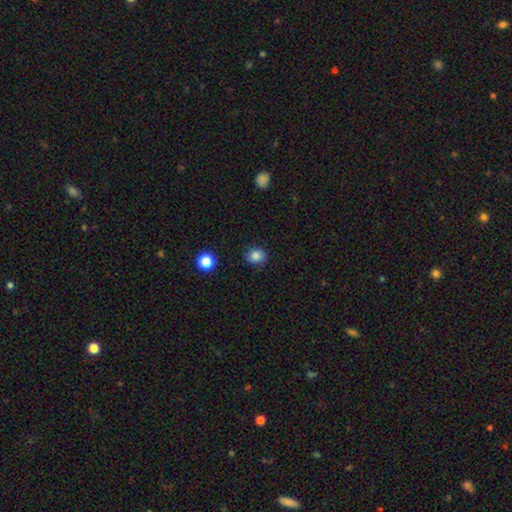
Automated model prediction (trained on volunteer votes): Overall: smooth (84%). How rounded: round (64%; in between 35%). Merging: none (85%).